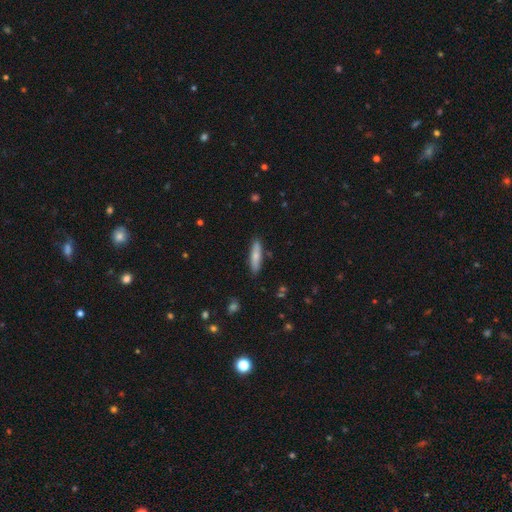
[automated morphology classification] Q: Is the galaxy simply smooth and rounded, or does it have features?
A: smooth — 76%.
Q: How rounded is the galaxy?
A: cigar-shaped — 75%.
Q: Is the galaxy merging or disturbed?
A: none — 86%.